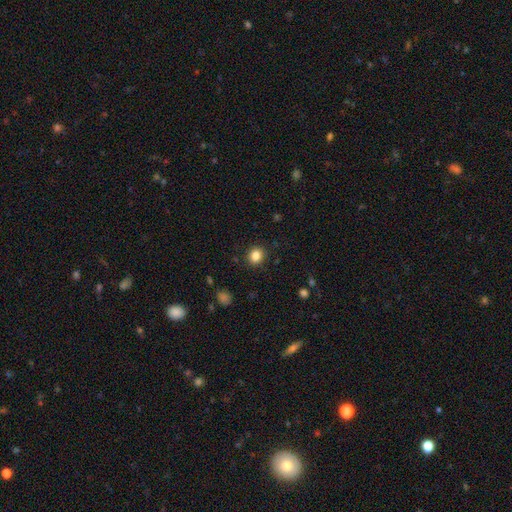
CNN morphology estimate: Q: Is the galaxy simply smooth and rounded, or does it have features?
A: smooth — 84%.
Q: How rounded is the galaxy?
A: round — 79%.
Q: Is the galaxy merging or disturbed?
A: none — 90%.